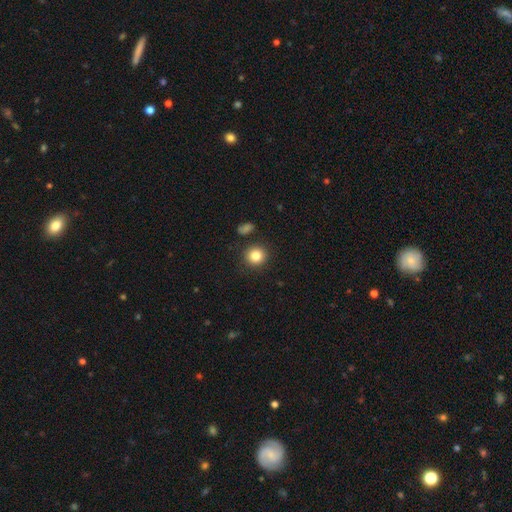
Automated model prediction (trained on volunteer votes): A smooth galaxy with no disk features (84%) that is round (91%). Merging: none (88%).